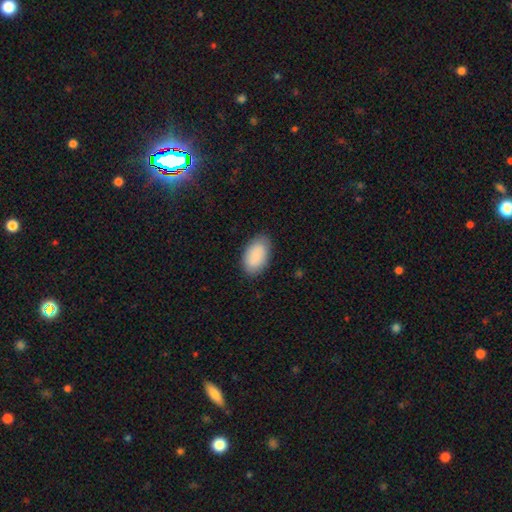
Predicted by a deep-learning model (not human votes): smooth_or_featured: smooth (p=0.90) [alt: star or artifact p=0.06]
how_rounded: in between (p=0.94) [alt: round p=0.05]
merging: none (p=0.84) [alt: minor disturbance p=0.13]